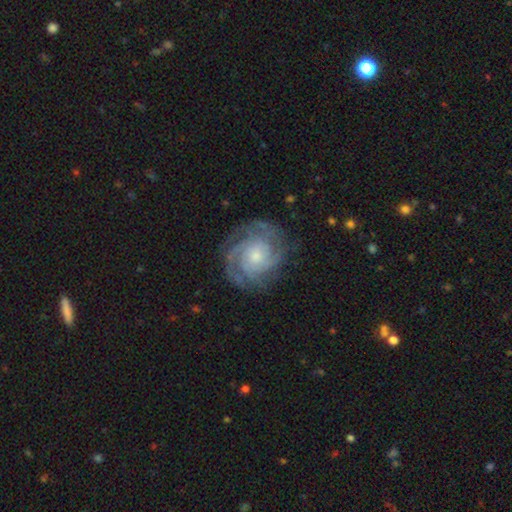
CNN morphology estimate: smooth-or-featured: featured or disk: 86% | smooth: 8% | star or artifact: 6%
  disk-edge-on: no: 98% | yes: 2%
    bar: no: 76% | weak: 20% | strong: 4%
    has-spiral-arms: yes: 97% | no: 3%
      spiral-winding: tight: 70% | medium: 25% | loose: 4%
      spiral-arm-count: 3: 29% | can't tell: 24% | 4: 18% | 2: 15% | more than 4: 7% | 1: 6%
    bulge-size: small: 58% | moderate: 35% | large: 3% | none: 3% | dominant: 1%
  merging: none: 78% | minor disturbance: 15% | major disturbance: 6% | merger: 1%